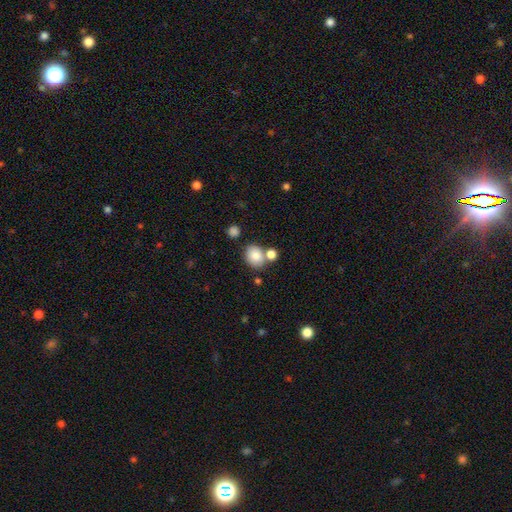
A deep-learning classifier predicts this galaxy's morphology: Smooth or featured? Predicted: smooth (p=0.81). How rounded? Predicted: round (p=0.65). Merging? Predicted: none (p=0.61).